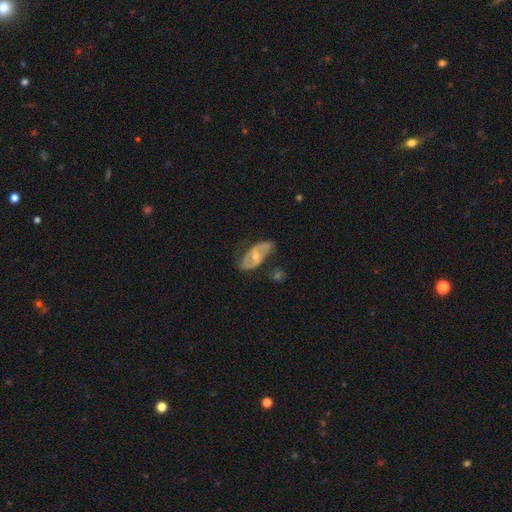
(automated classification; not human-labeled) A featured or disk galaxy (72%) with no bar (47%), 2 (81%) medium (46%) spiral arms (78%) and a moderate central bulge (58%). Merging: none (68%).